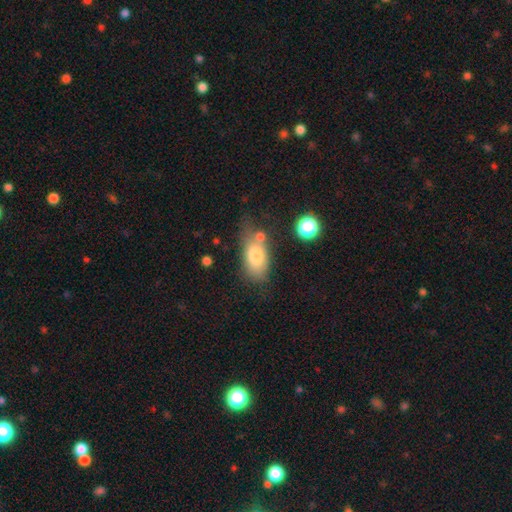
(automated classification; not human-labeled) This appears to be a smooth galaxy with no disk features (77%) that is in between round and cigar-shaped (88%). Merging: none (48%).